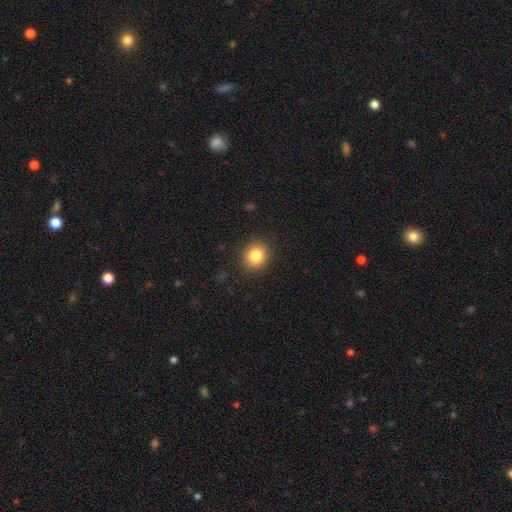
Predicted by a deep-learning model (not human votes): Smooth or featured?
  - smooth: 83% *
  - star or artifact: 10%
  - featured or disk: 6%
How rounded?
  - round: 79% *
  - in between: 20%
  - cigar-shaped: 1%
Merging?
  - none: 90% *
  - minor disturbance: 7%
  - major disturbance: 2%
  - merger: 1%